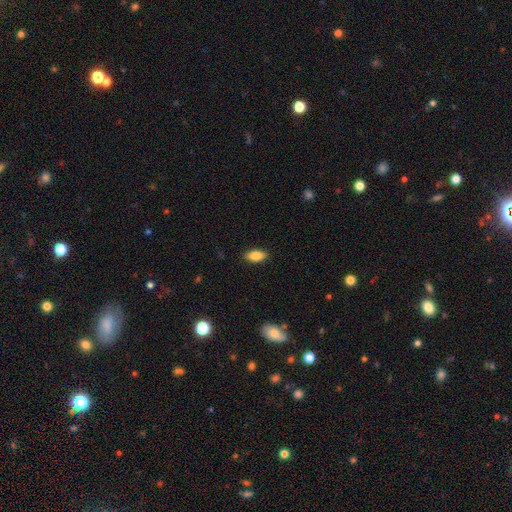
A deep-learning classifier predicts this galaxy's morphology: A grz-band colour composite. It shows a smooth galaxy with no disk features (85%) that is in between round and cigar-shaped (87%). Merging: none (88%).